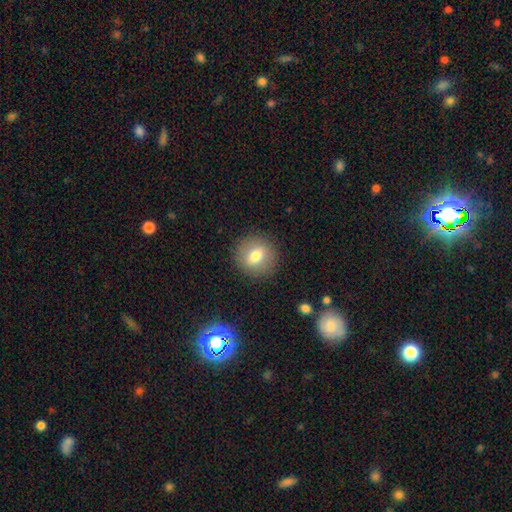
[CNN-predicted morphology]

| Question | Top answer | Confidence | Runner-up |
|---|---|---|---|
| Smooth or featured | smooth | 71% | featured or disk (19%) |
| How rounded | round | 85% | in between (14%) |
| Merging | none | 89% | minor disturbance (8%) |